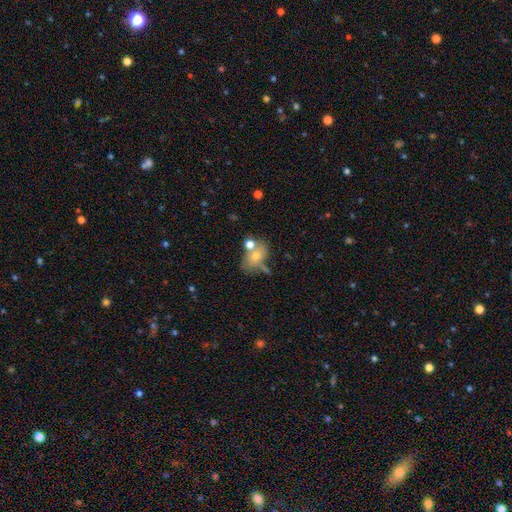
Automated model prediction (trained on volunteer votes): This is possibly a smooth galaxy (57%). How rounded: likely in between (72%). Merging: marginally none (39%).